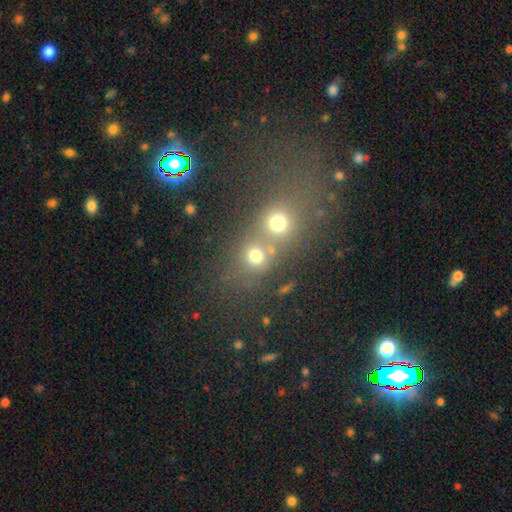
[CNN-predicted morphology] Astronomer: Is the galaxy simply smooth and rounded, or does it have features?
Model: smooth — 73%.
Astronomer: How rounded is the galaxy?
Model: round — 81%.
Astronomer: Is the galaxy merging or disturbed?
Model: merger — 51% (runner-up: none, 39%).